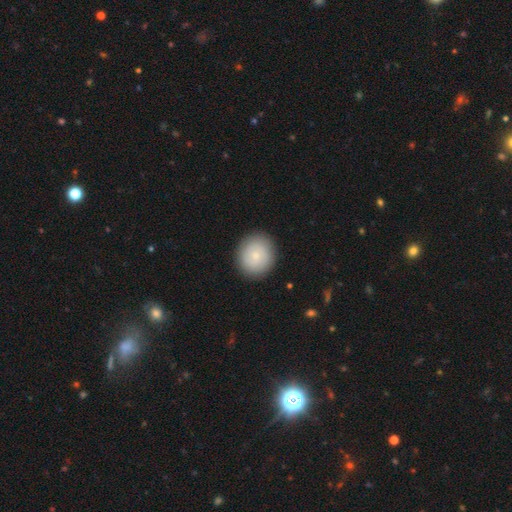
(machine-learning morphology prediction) smooth-or-featured: smooth: 79% | featured or disk: 14% | star or artifact: 6%
  how-rounded: round: 86% | in between: 13% | cigar-shaped: 1%
  merging: none: 90% | minor disturbance: 7% | major disturbance: 2% | merger: 1%